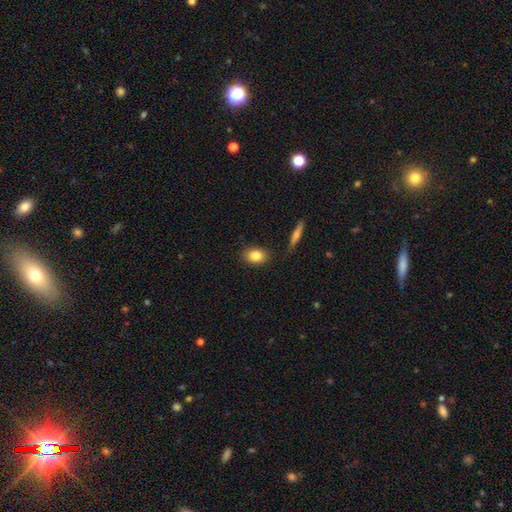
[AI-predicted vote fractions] Overall: smooth (83%). How rounded: in between (70%). Merging: none (85%).